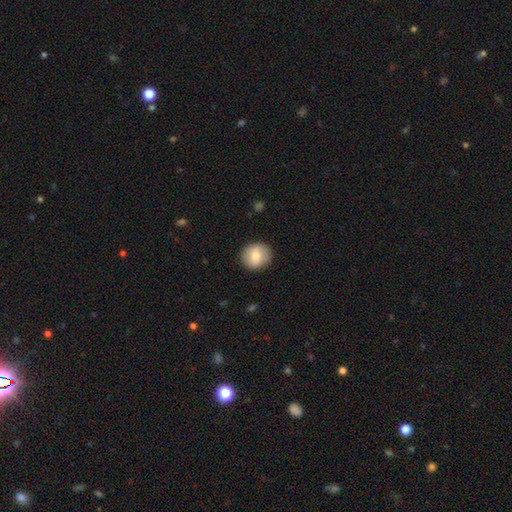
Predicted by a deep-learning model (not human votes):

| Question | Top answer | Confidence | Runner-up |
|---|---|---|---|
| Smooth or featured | smooth | 76% | featured or disk (17%) |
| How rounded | round | 83% | in between (16%) |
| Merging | none | 89% | minor disturbance (8%) |